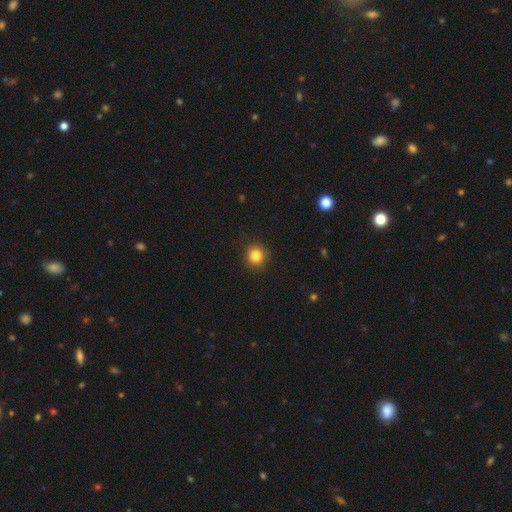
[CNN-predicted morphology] Smooth or featured? smooth (84%)
How rounded? round (91%)
Merging? none (91%)